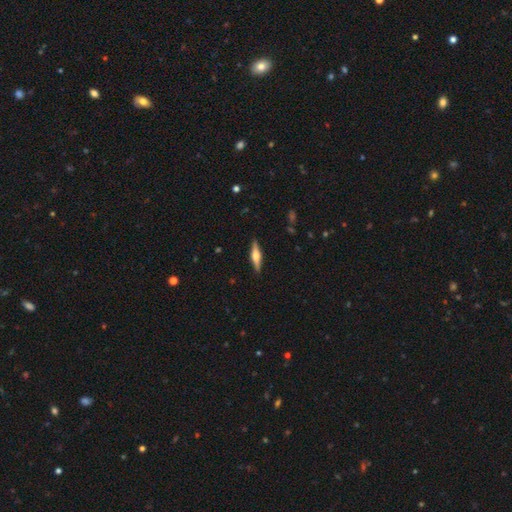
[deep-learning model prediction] Smooth or featured? Predicted: featured or disk (p=0.62). Edge-on disk? Predicted: yes (p=0.97). Edge-on bulge? Predicted: rounded (p=0.86). Merging? Predicted: none (p=0.89).